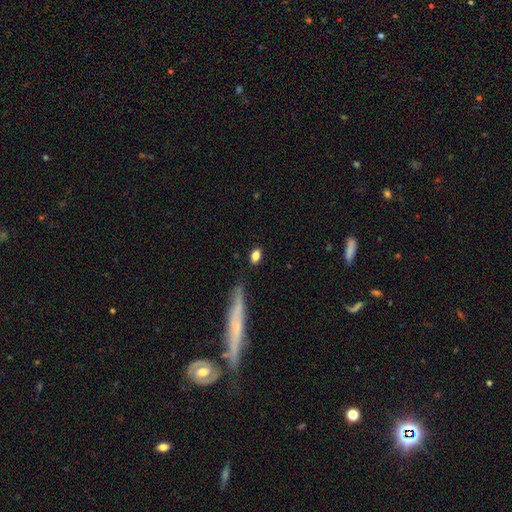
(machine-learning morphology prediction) type=smooth (84%); roundness=in between (82%); merging=none (82%).